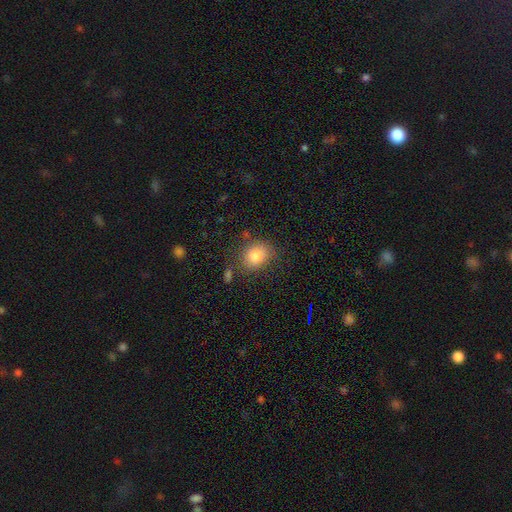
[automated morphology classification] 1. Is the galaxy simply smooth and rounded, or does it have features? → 83% smooth, 9% star or artifact, 8% featured or disk.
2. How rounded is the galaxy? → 53% round, 46% in between, 1% cigar-shaped.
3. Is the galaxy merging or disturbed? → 77% none, 14% minor disturbance, 4% major disturbance, 4% merger.